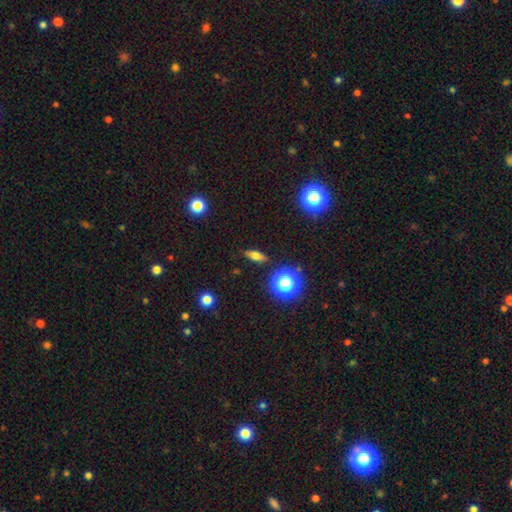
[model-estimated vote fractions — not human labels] Overall: smooth (62%; featured or disk 23%). How rounded: in between (60%; cigar-shaped 28%). Merging: none (87%).